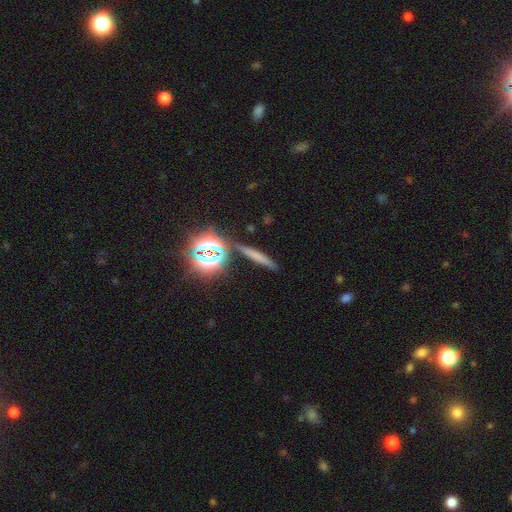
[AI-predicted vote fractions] Smooth or featured?
  - smooth: 56% *
  - featured or disk: 24%
  - star or artifact: 20%
How rounded?
  - cigar-shaped: 85% *
  - round: 8%
  - in between: 7%
Merging?
  - none: 85% *
  - minor disturbance: 8%
  - merger: 4%
  - major disturbance: 3%